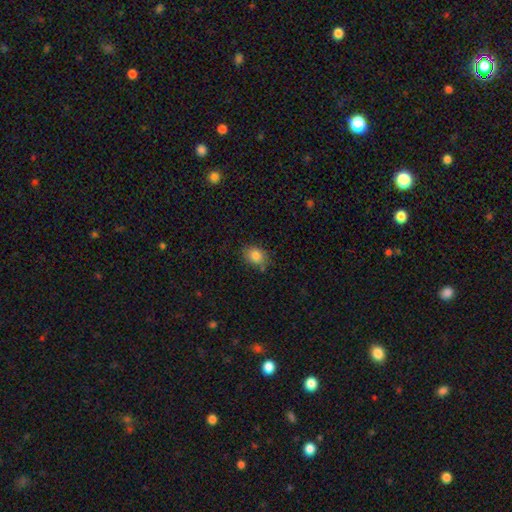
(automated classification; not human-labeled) This is clearly a smooth galaxy (83%). How rounded: possibly in between (52%). Merging: likely none (77%).